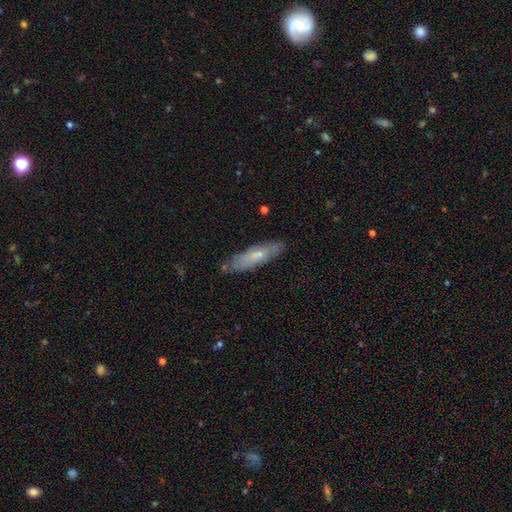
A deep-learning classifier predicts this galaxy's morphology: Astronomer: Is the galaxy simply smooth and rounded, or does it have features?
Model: smooth — 56% (runner-up: featured or disk, 38%).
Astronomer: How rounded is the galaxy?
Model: cigar-shaped — 69%.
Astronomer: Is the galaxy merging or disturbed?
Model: none — 75%.